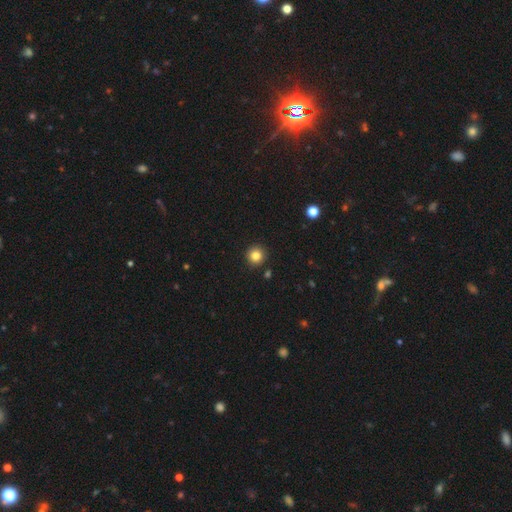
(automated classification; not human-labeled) Smooth or featured?
  - smooth: 83% *
  - star or artifact: 11%
  - featured or disk: 5%
How rounded?
  - round: 95% *
  - in between: 4%
  - cigar-shaped: 1%
Merging?
  - none: 91% *
  - minor disturbance: 5%
  - merger: 2%
  - major disturbance: 2%